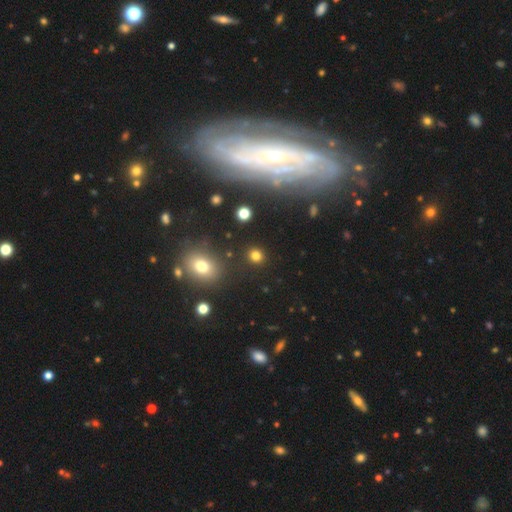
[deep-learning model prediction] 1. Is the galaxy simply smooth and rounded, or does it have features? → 78% smooth, 17% star or artifact, 5% featured or disk.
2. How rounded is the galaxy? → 81% round, 18% in between, 1% cigar-shaped.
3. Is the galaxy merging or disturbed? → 89% none, 6% minor disturbance, 3% merger, 2% major disturbance.